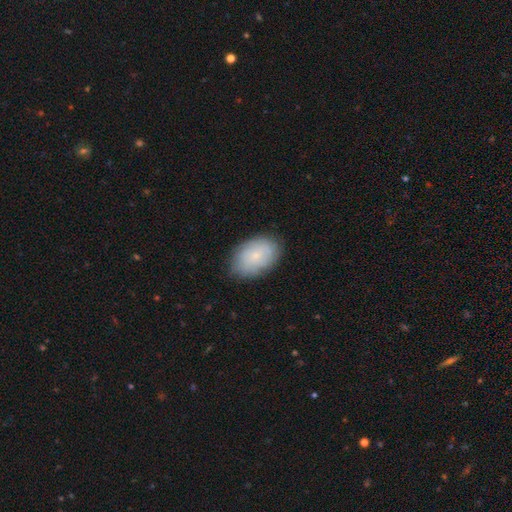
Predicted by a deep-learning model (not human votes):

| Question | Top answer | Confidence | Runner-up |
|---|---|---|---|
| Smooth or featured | smooth | 66% | featured or disk (26%) |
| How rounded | in between | 88% | round (10%) |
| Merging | none | 82% | minor disturbance (14%) |